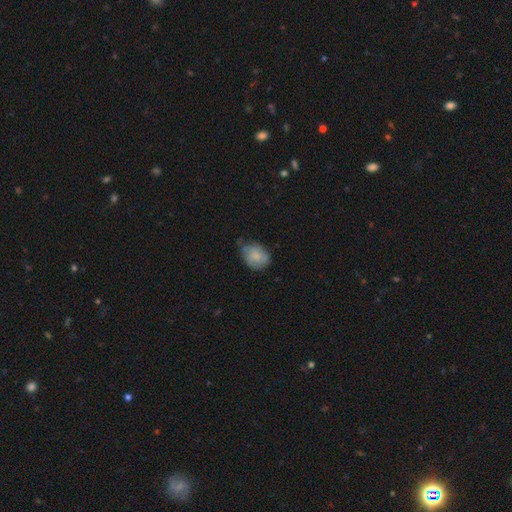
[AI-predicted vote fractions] This is likely a smooth galaxy (75%). How rounded: possibly in between (55%). Merging: possibly none (51%).